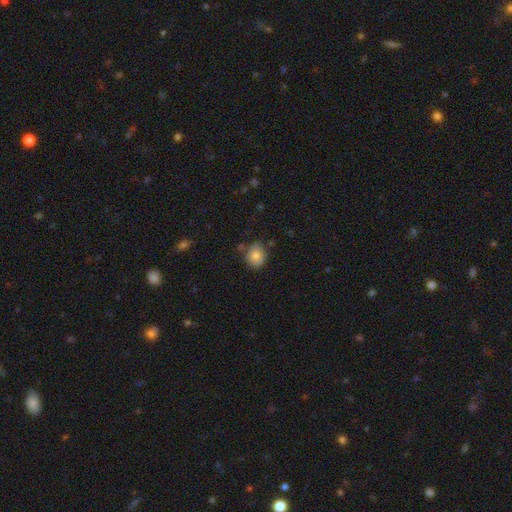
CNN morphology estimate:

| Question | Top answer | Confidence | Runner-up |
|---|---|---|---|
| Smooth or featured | smooth | 80% | featured or disk (11%) |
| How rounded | round | 57% | in between (42%) |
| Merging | none | 74% | minor disturbance (18%) |